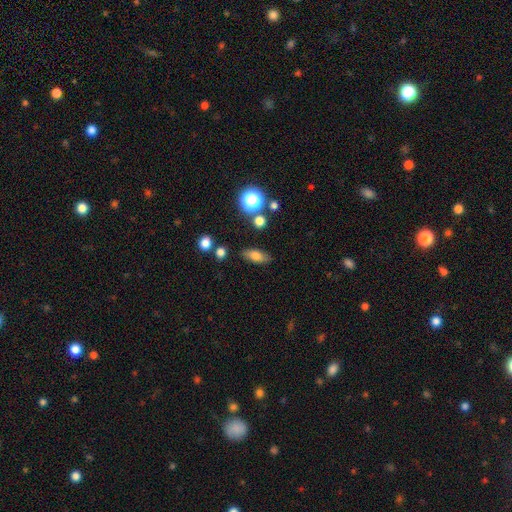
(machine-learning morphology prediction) This is likely a smooth galaxy (73%). How rounded: likely in between (74%). Merging: clearly none (82%).